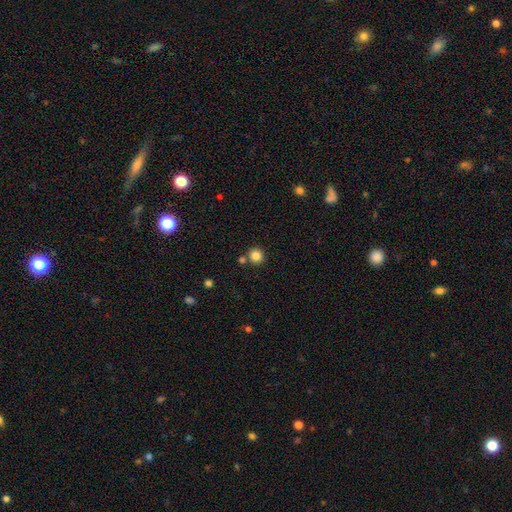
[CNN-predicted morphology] The model was most divided on "merging": none: 79%, merger: 11%, minor disturbance: 7%, major disturbance: 2%. More confident: how rounded — round (91%); smooth or featured — smooth (84%).